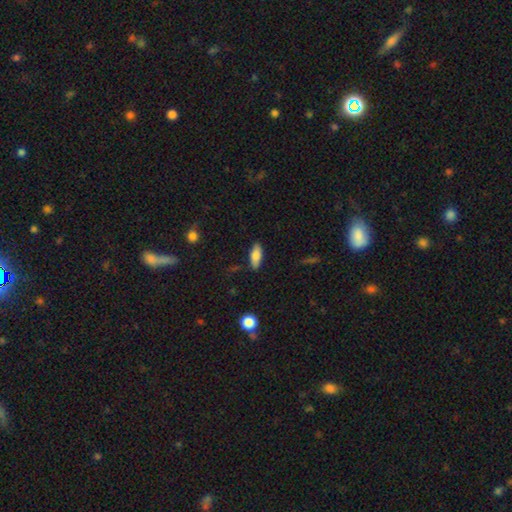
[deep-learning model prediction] A smooth galaxy with no disk features (79%) that is in between round and cigar-shaped (76%).

Vote fractions:
- Smooth or featured? smooth: 79% / featured or disk: 14% / star or artifact: 7%
- How rounded? in between: 76% / cigar-shaped: 22% / round: 2%
- Merging? none: 84% / minor disturbance: 12% / major disturbance: 3% / merger: 2%